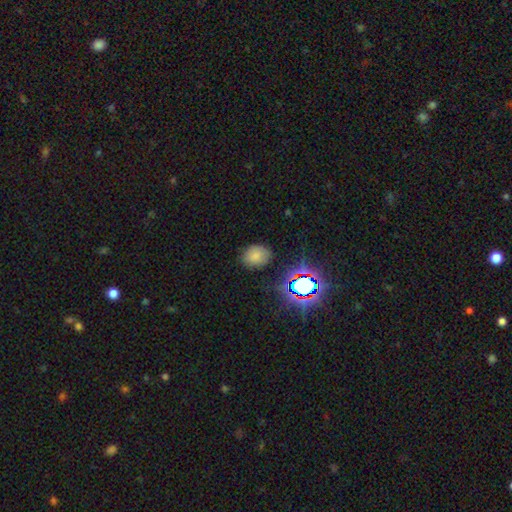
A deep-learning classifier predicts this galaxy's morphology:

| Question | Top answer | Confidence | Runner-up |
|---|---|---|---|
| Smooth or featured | smooth | 72% | star or artifact (20%) |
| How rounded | in between | 63% | round (36%) |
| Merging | none | 79% | minor disturbance (15%) |